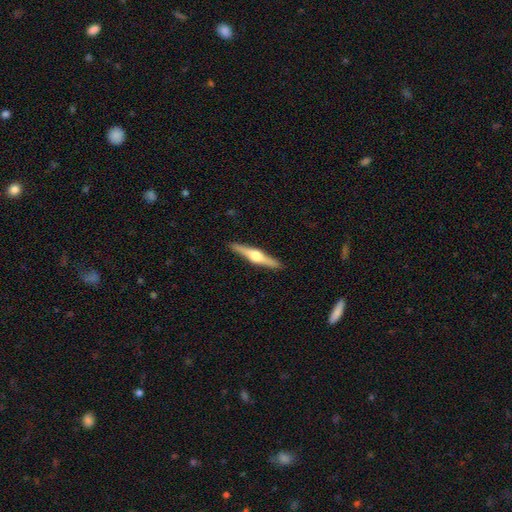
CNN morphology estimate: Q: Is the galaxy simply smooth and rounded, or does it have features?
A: featured or disk — 74%.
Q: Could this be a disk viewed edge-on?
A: yes — 98%.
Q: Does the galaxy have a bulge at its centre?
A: rounded — 95%.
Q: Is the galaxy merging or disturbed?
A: none — 92%.